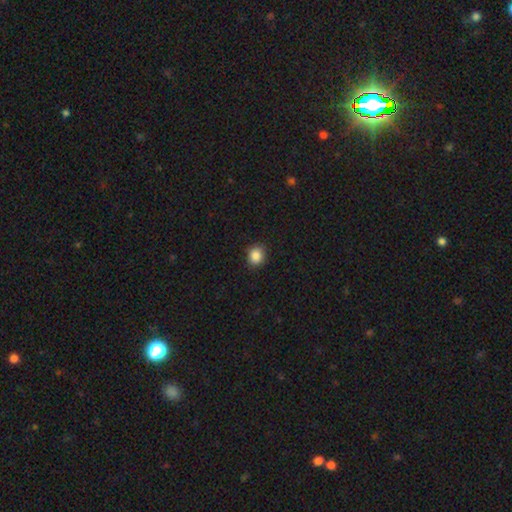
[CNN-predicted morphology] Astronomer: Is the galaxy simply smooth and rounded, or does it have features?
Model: smooth — 87%.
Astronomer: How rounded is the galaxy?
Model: round — 77%.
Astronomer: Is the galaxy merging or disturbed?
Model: none — 87%.